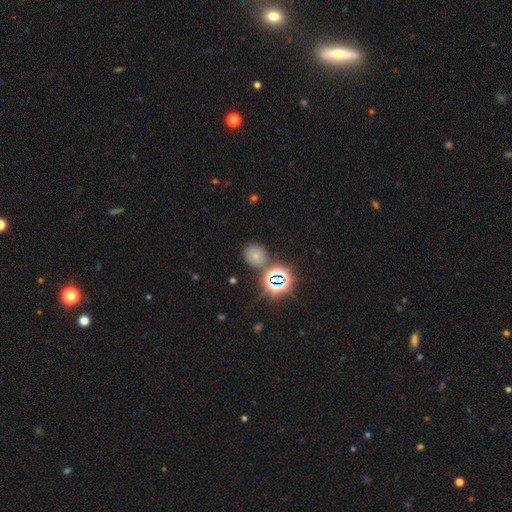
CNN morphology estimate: type=smooth (62%); roundness=round (70%); merging=none (76%).